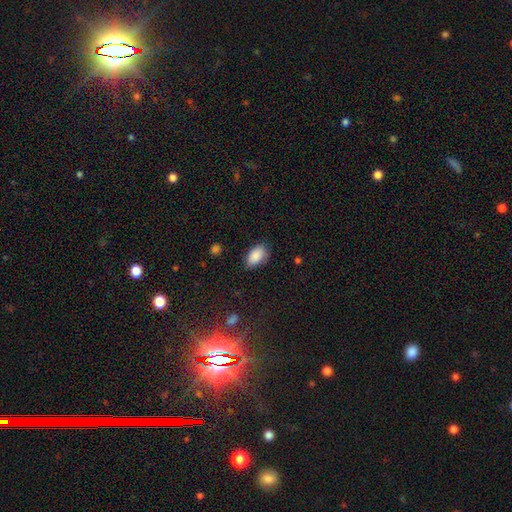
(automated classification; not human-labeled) This is clearly a smooth galaxy (88%). How rounded: clearly in between (93%). Merging: likely none (75%).